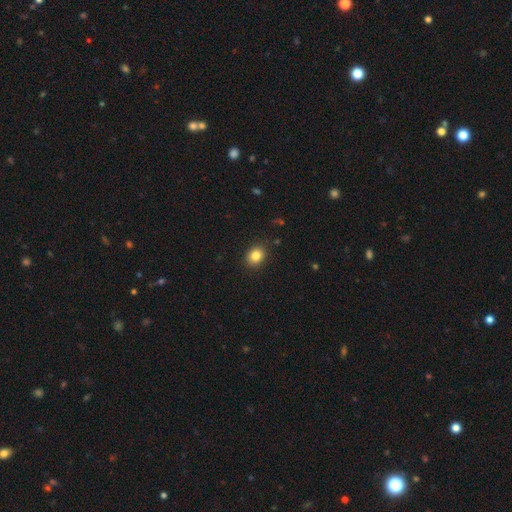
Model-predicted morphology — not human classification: This is clearly a smooth galaxy (84%). How rounded: possibly round (54%). Merging: clearly none (89%).